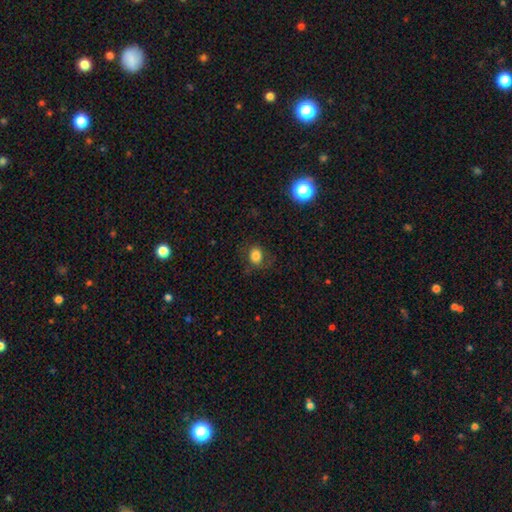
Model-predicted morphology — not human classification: Q: Smooth or featured?
A: smooth (80%); runner-up: star or artifact (11%)
Q: How rounded?
A: round (54%); runner-up: in between (45%)
Q: Merging?
A: none (72%); runner-up: minor disturbance (17%)